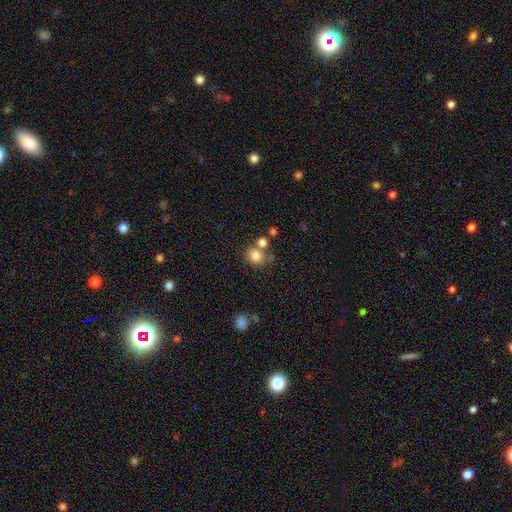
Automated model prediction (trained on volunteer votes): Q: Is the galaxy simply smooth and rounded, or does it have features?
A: smooth — 81%.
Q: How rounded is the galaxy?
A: round — 79%.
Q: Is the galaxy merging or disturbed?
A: none — 58%.